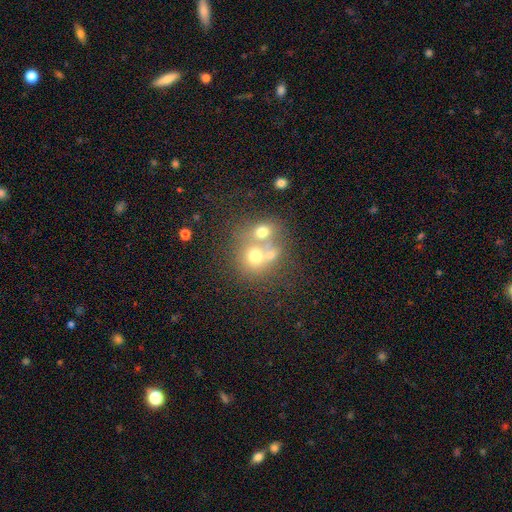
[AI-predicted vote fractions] This appears to be a smooth galaxy with no disk features (62%) that is round (78%). Merging: merger (52%).